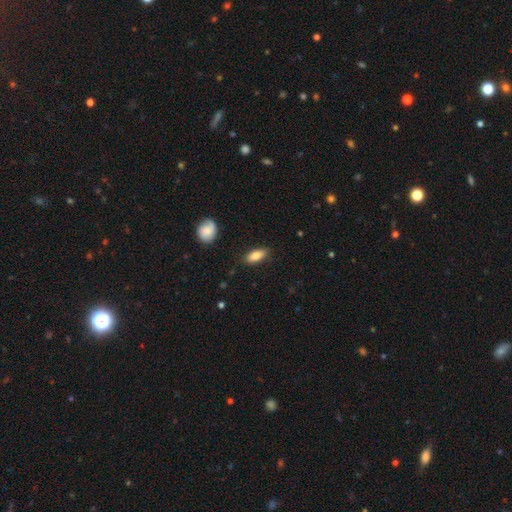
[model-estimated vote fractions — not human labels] smooth_or_featured: smooth (p=0.83) [alt: featured or disk p=0.10]
how_rounded: in between (p=0.83) [alt: cigar-shaped p=0.14]
merging: none (p=0.84) [alt: minor disturbance p=0.12]